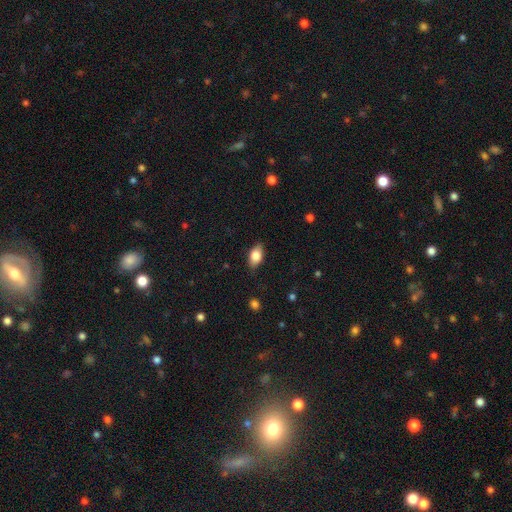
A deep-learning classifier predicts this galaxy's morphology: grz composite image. It shows a smooth galaxy with no disk features (79%) that is in between round and cigar-shaped (88%). Merging: none (80%).